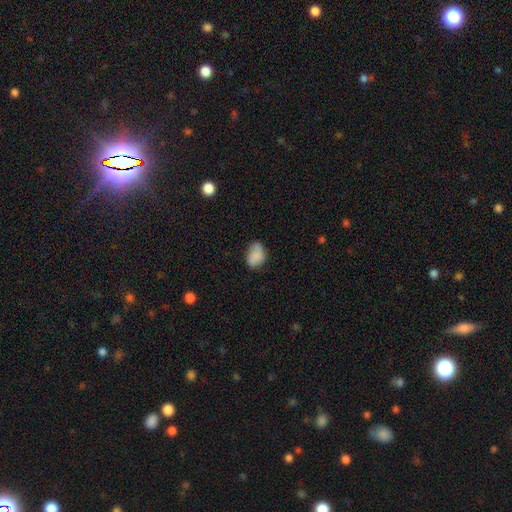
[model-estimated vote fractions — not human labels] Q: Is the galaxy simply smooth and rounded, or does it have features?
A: smooth — 80%.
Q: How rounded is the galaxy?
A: in between — 82%.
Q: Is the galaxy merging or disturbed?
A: none — 56%.